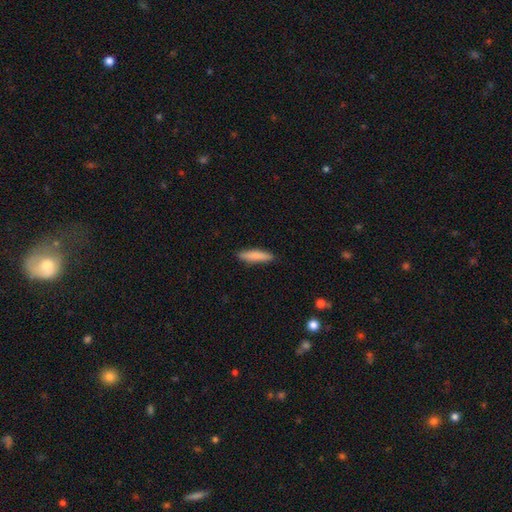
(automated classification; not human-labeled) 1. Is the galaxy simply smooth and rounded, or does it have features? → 84% smooth, 11% featured or disk, 6% star or artifact.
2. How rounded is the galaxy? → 82% cigar-shaped, 17% in between, 1% round.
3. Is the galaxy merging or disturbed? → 89% none, 9% minor disturbance, 2% major disturbance, 1% merger.